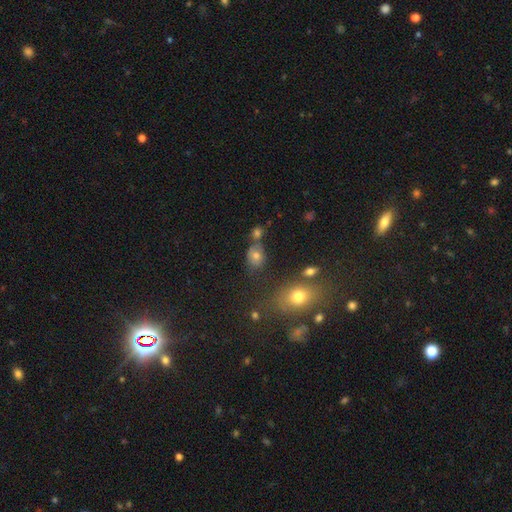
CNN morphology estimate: smooth-or-featured: smooth: 67% | star or artifact: 19% | featured or disk: 14%
  how-rounded: in between: 56% | round: 43% | cigar-shaped: 2%
  merging: none: 60% | minor disturbance: 17% | merger: 16% | major disturbance: 7%